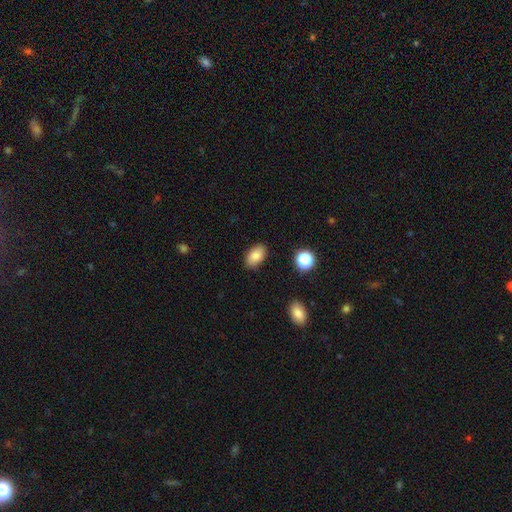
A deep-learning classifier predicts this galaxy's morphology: This appears to be a smooth galaxy with no disk features (83%) that is in between round and cigar-shaped (91%). Merging: none (87%).